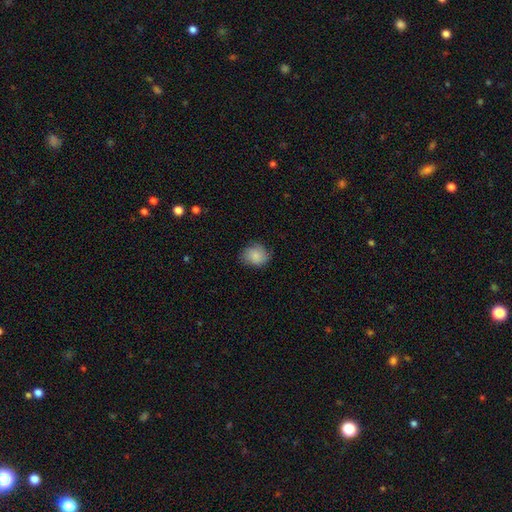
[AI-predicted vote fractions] Q: Smooth or featured?
A: smooth (83%); runner-up: featured or disk (9%)
Q: How rounded?
A: round (63%); runner-up: in between (36%)
Q: Merging?
A: none (73%); runner-up: minor disturbance (21%)